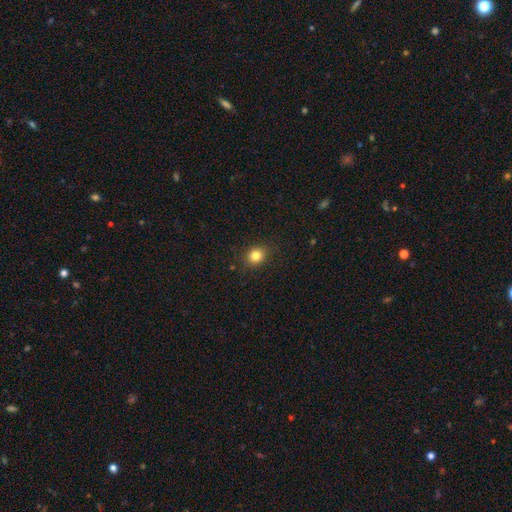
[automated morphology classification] The model was most divided on "how rounded": round: 72%, in between: 28%, cigar-shaped: 1%. More confident: merging — none (88%); smooth or featured — smooth (83%).